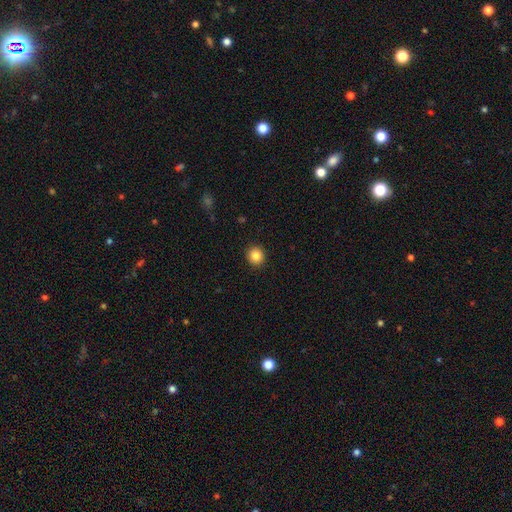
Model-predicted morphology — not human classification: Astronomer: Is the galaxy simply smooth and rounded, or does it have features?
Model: smooth — 85%.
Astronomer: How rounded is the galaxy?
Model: round — 89%.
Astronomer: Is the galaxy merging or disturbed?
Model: none — 92%.